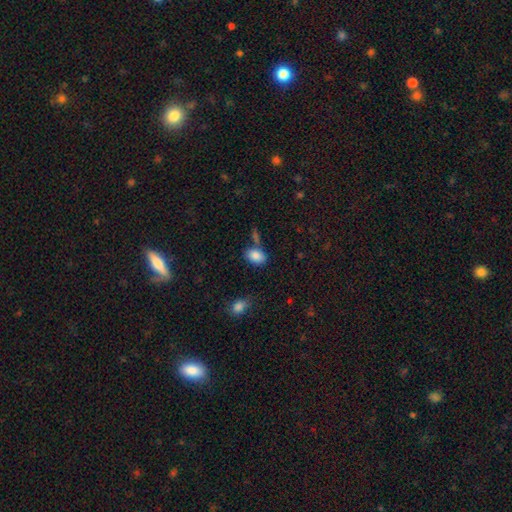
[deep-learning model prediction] The model was most divided on "merging": none: 66%, minor disturbance: 15%, merger: 14%, major disturbance: 5%. More confident: smooth or featured — smooth (86%); how rounded — in between (84%).